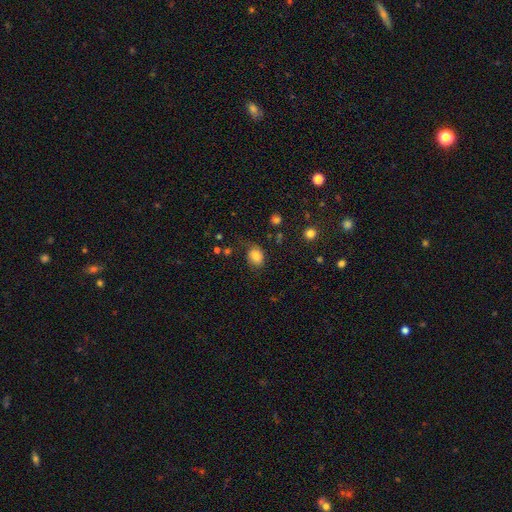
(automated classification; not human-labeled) smooth_or_featured: smooth (p=0.79) [alt: star or artifact p=0.11]
how_rounded: in between (p=0.53) [alt: round p=0.46]
merging: none (p=0.66) [alt: minor disturbance p=0.22]